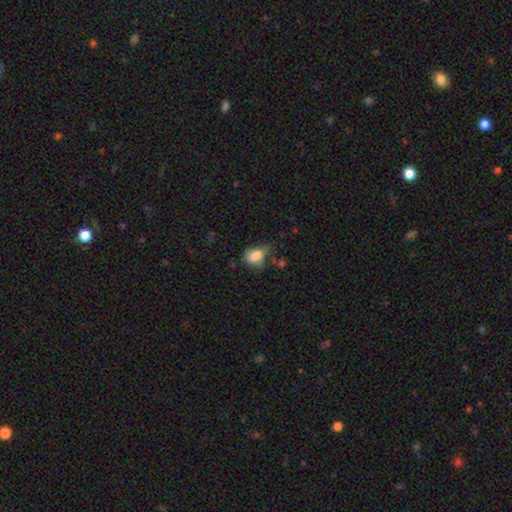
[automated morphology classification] Q: Smooth or featured?
A: smooth (79%); runner-up: featured or disk (11%)
Q: How rounded?
A: in between (74%); runner-up: round (25%)
Q: Merging?
A: minor disturbance (36%); tied with: none (36%)